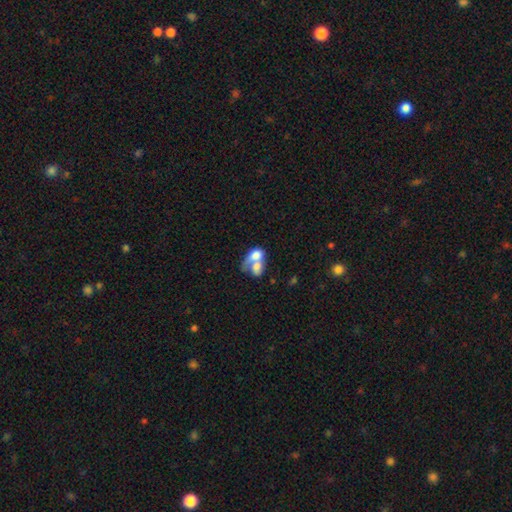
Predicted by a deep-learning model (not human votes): Morphology: type=smooth (62%); roundness=in between (73%); merging=merger (77%).